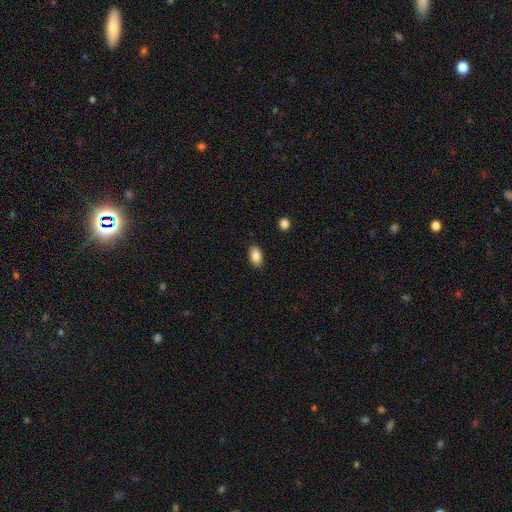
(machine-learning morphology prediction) This appears to be a smooth galaxy with no disk features (86%) that is in between round and cigar-shaped (92%). Merging: none (88%).